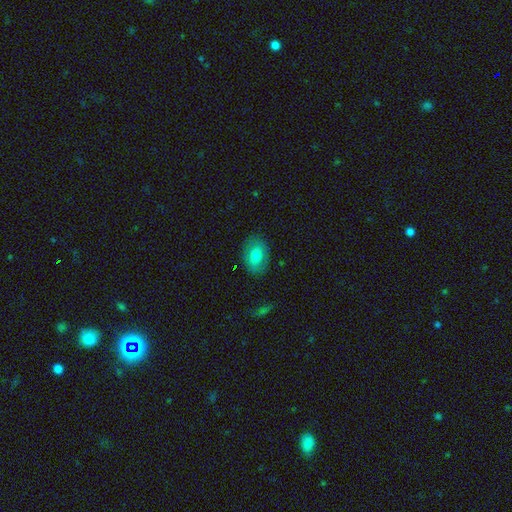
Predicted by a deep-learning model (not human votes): The model was most divided on "smooth or featured": smooth: 73%, featured or disk: 19%, star or artifact: 8%. More confident: merging — none (82%); how rounded — in between (79%).